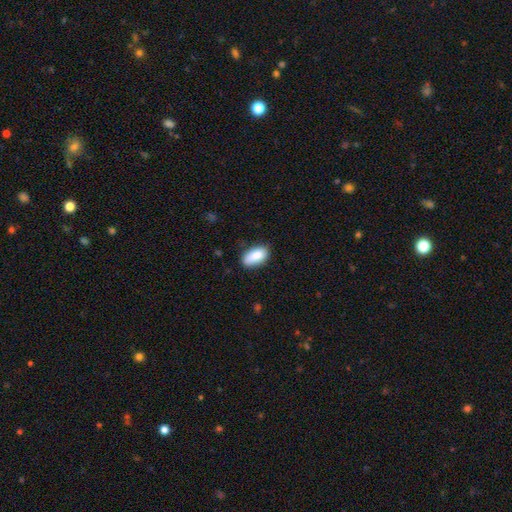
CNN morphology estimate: smooth-or-featured: smooth: 87% | featured or disk: 7% | star or artifact: 7%
  how-rounded: in between: 91% | cigar-shaped: 5% | round: 3%
  merging: none: 79% | minor disturbance: 16% | major disturbance: 3% | merger: 1%